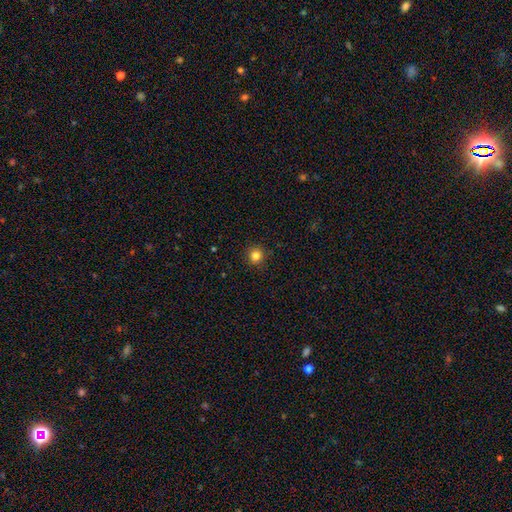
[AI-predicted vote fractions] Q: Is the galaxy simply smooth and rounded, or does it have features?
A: smooth — 83%.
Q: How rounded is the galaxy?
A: round — 94%.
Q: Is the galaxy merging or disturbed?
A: none — 91%.